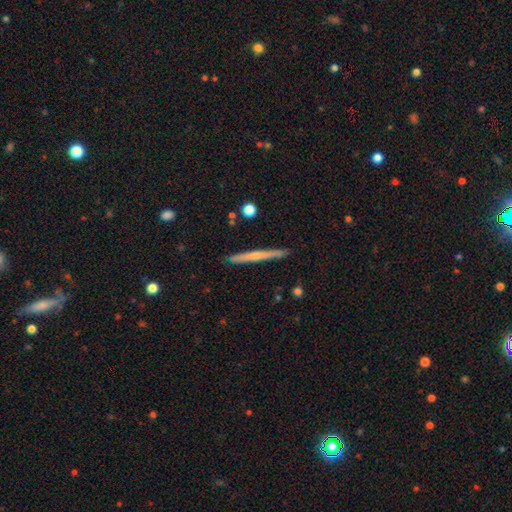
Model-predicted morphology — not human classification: This appears to be a featured or disk galaxy (55%) viewed edge-on (97%) with no central bulge (53%). Merging: none (90%).